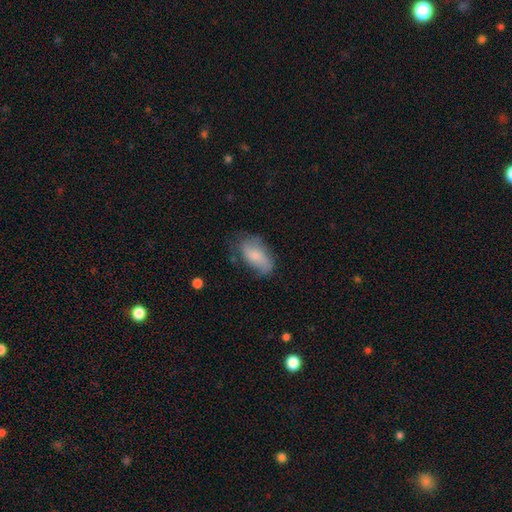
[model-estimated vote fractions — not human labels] This is likely a smooth galaxy (64%). How rounded: clearly in between (91%). Merging: possibly none (57%).